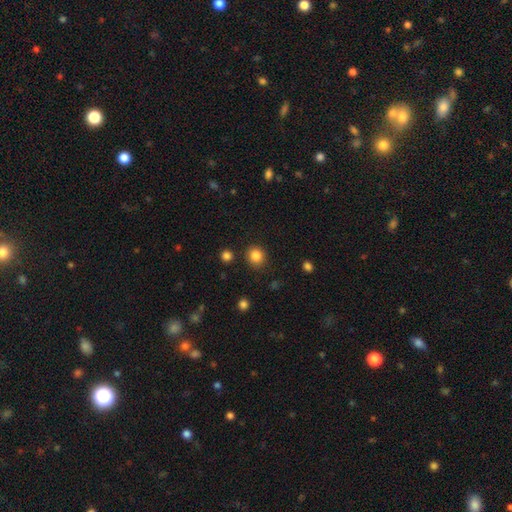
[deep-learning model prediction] Smooth or featured? Predicted: smooth (p=0.85). How rounded? Predicted: round (p=0.88). Merging? Predicted: none (p=0.87).